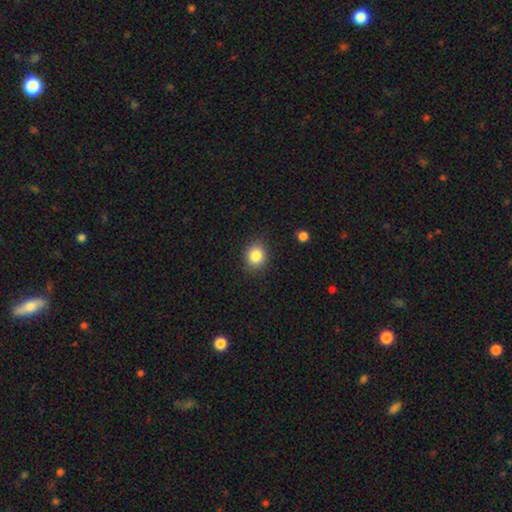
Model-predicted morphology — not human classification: Smooth or featured: smooth — 85% (star or artifact — 10%)
How rounded: round — 69% (in between — 30%)
Merging: none — 86% (minor disturbance — 10%)